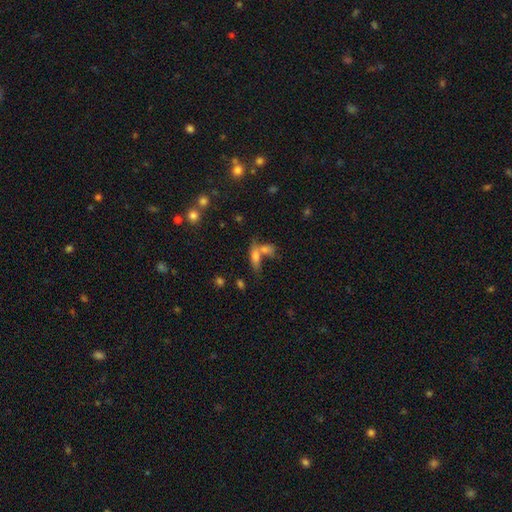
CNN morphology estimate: Smooth or featured? smooth (66%)
How rounded? in between (62%)
Merging? merger (47%)